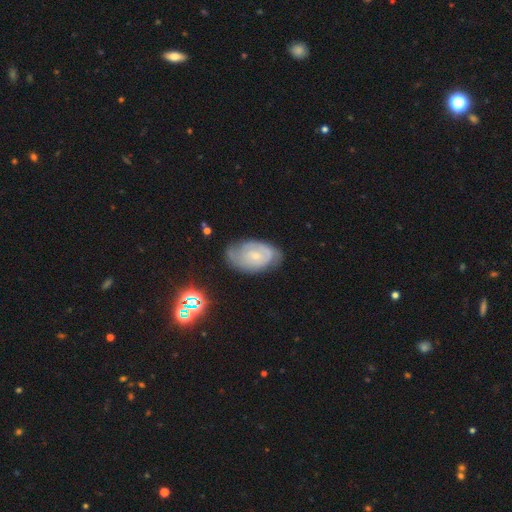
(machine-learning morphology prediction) Q: Smooth or featured?
A: featured or disk (66%); runner-up: smooth (26%)
Q: Edge-on disk?
A: no (95%); runner-up: yes (5%)
Q: Bar?
A: no (73%); runner-up: weak (23%)
Q: Spiral arms?
A: yes (80%); runner-up: no (20%)
Q: Spiral winding?
A: tight (61%); runner-up: medium (29%)
Q: Spiral arm count?
A: can't tell (44%); runner-up: 2 (38%)
Q: Bulge size?
A: small (76%); runner-up: moderate (19%)
Q: Merging?
A: none (60%); runner-up: minor disturbance (28%)